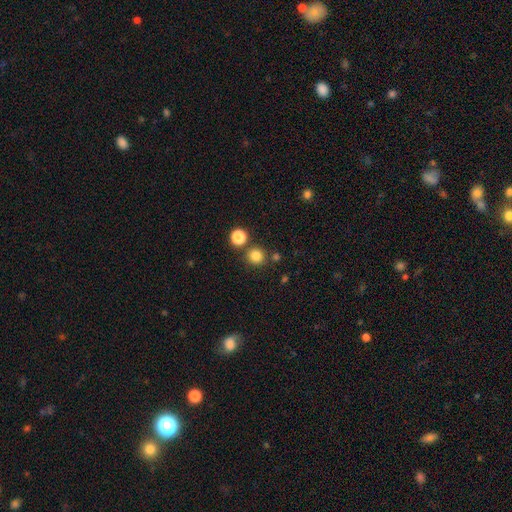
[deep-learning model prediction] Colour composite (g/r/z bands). It shows a smooth galaxy with no disk features (82%) that is round (93%). Merging: none (80%).